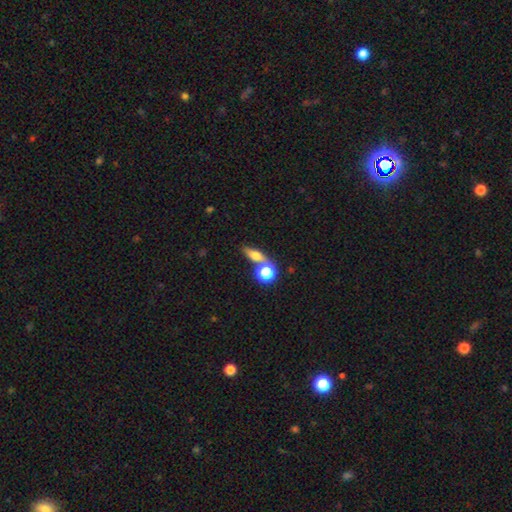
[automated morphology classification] Smooth or featured? Predicted: smooth (p=0.55). How rounded? Predicted: in between (p=0.47). Merging? Predicted: none (p=0.62).